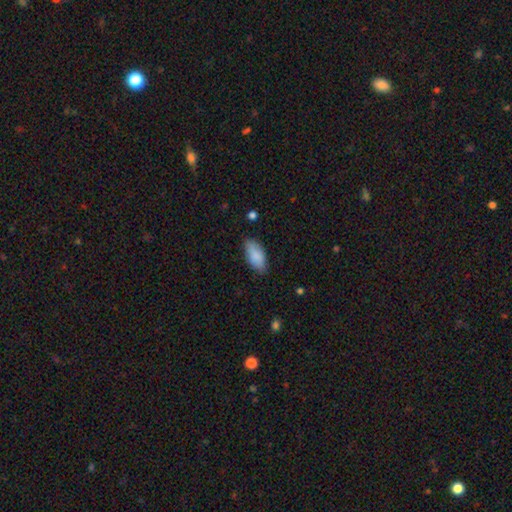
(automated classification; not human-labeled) The model was most divided on "merging": none: 80%, minor disturbance: 16%, major disturbance: 3%, merger: 1%. More confident: how rounded — in between (91%); smooth or featured — smooth (87%).